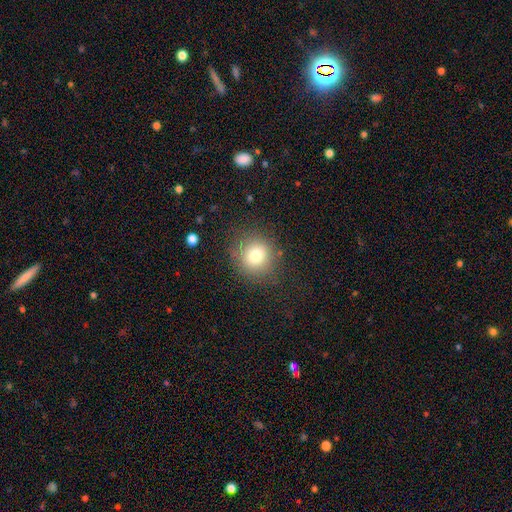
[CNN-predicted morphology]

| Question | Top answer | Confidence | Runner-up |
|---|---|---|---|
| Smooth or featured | smooth | 76% | star or artifact (13%) |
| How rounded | round | 91% | in between (8%) |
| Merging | none | 83% | minor disturbance (10%) |